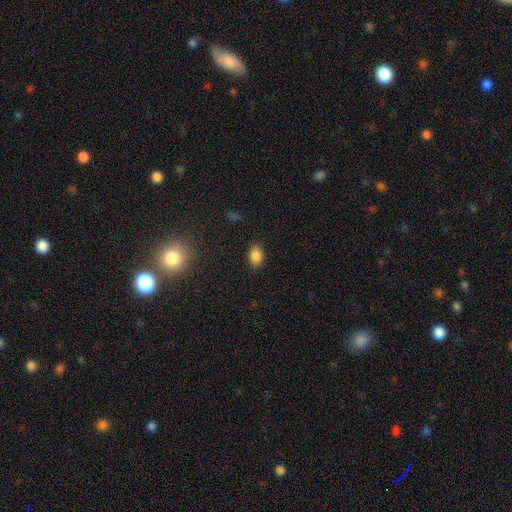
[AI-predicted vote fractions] Overall: smooth (85%). How rounded: in between (80%). Merging: none (85%).